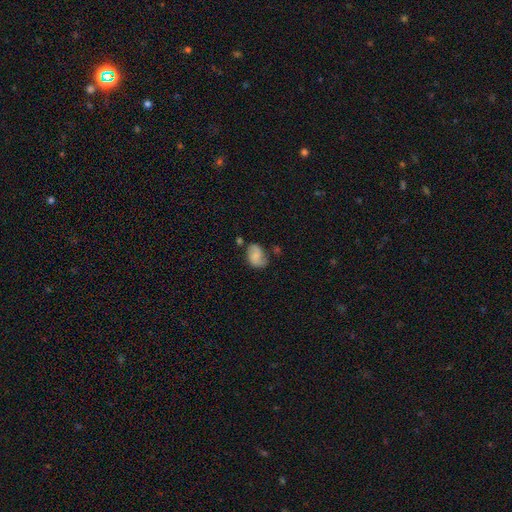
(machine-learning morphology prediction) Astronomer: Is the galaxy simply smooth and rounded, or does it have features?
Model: smooth — 59%.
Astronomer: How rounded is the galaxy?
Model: in between — 75%.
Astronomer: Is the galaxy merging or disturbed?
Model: none — 53% (runner-up: minor disturbance, 28%).